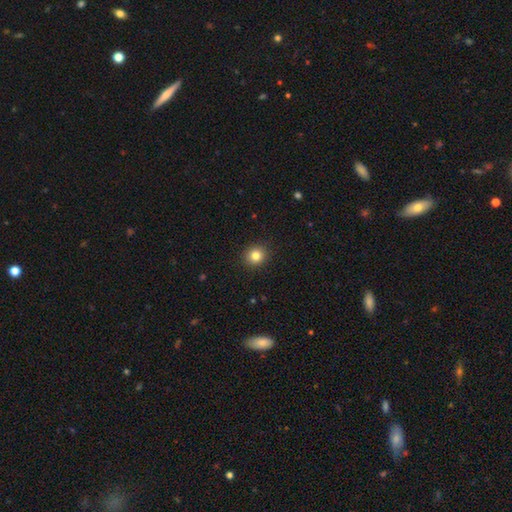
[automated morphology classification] Overall: smooth (82%). How rounded: round (85%). Merging: none (91%).